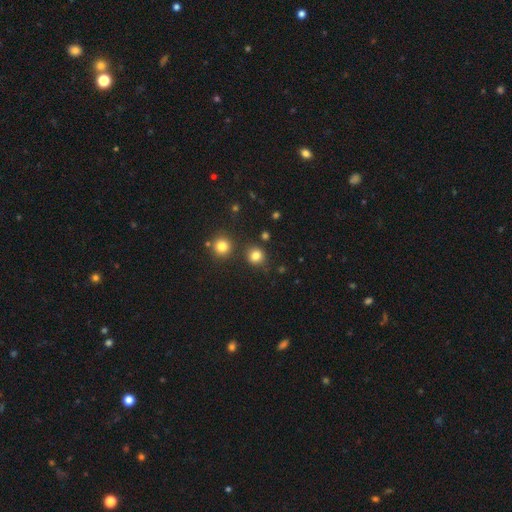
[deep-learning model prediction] Q: Smooth or featured?
A: smooth (81%); runner-up: star or artifact (14%)
Q: How rounded?
A: round (87%); runner-up: in between (12%)
Q: Merging?
A: none (83%); runner-up: minor disturbance (8%)